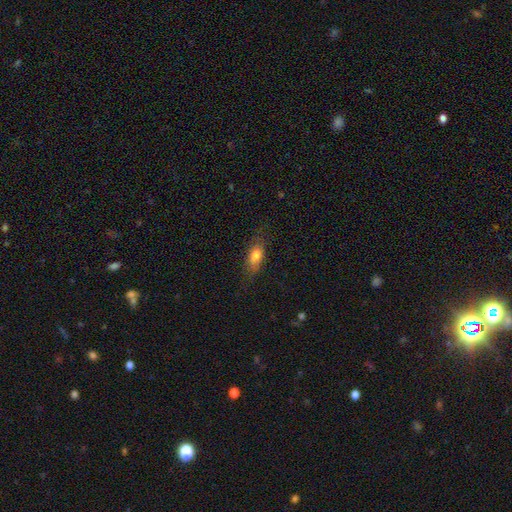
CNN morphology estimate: Smooth or featured? smooth (75%)
How rounded? in between (77%)
Merging? none (74%)